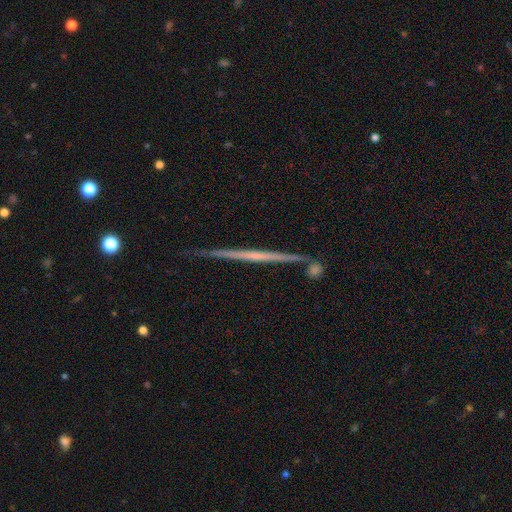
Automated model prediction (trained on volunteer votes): smooth_or_featured: featured or disk (p=0.74) [alt: smooth p=0.20]
disk_edge_on: yes (p=0.98) [alt: no p=0.02]
edge_on_bulge: none (p=0.77) [alt: rounded p=0.17]
merging: none (p=0.82) [alt: minor disturbance p=0.10]